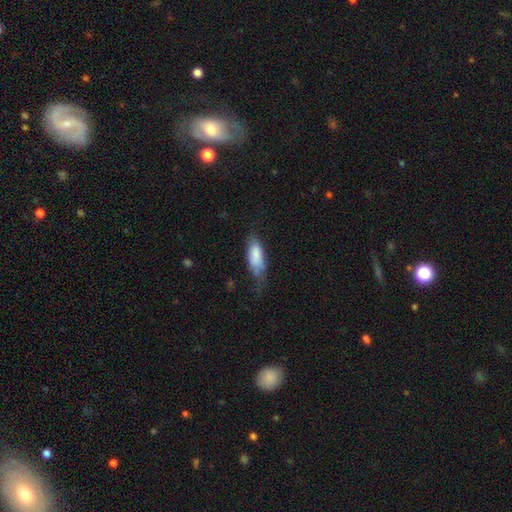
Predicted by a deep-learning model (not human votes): Q: Smooth or featured?
A: smooth (77%); runner-up: featured or disk (17%)
Q: How rounded?
A: in between (74%); runner-up: cigar-shaped (24%)
Q: Merging?
A: minor disturbance (38%); runner-up: none (36%)